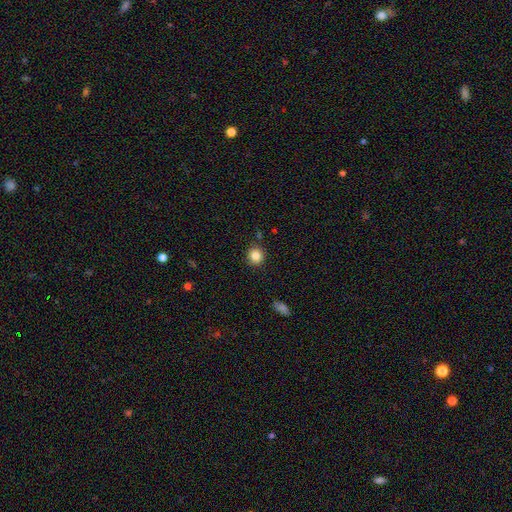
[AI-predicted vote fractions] Morphology: type=smooth (84%); roundness=round (91%); merging=none (89%).